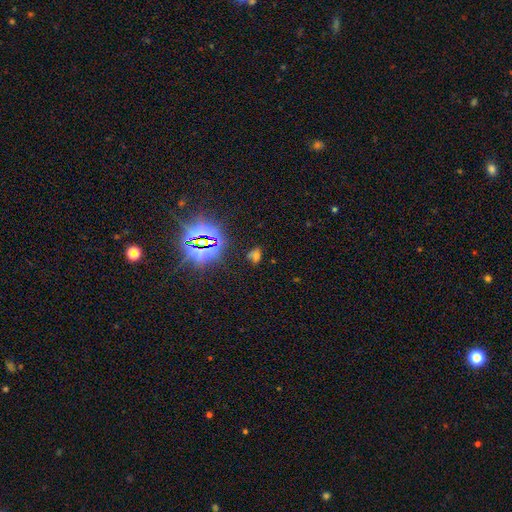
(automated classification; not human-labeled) smooth_or_featured: star or artifact (p=0.46) [alt: smooth p=0.44]